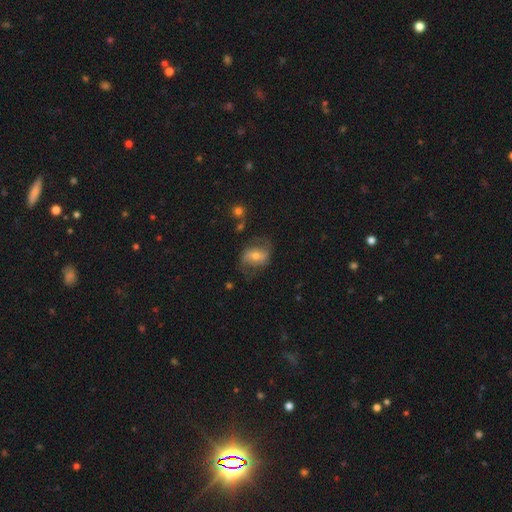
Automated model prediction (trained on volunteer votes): This appears to be a featured or disk galaxy (59%) with a weak bar (37%), spiral arms (81%) and a moderate central bulge (59%). Merging: none (62%).